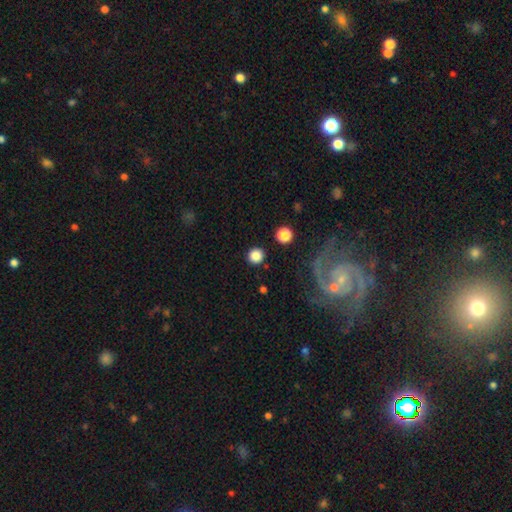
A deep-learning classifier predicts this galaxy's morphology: Q: Smooth or featured?
A: smooth (85%); runner-up: star or artifact (11%)
Q: How rounded?
A: round (93%); runner-up: in between (6%)
Q: Merging?
A: none (90%); runner-up: minor disturbance (6%)